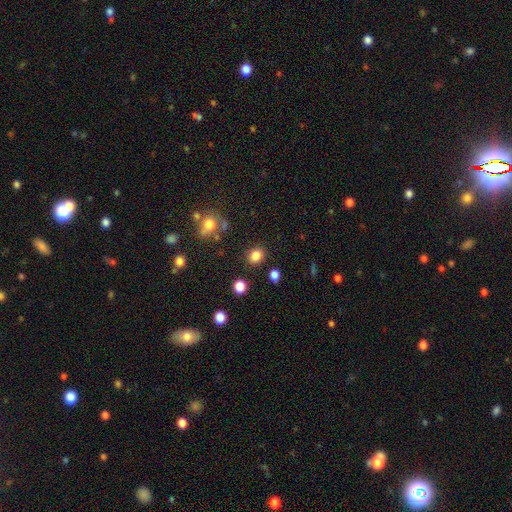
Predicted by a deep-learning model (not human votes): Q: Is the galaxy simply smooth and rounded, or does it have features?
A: smooth — 83%.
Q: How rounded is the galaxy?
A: round — 64%.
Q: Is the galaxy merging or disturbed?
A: none — 84%.